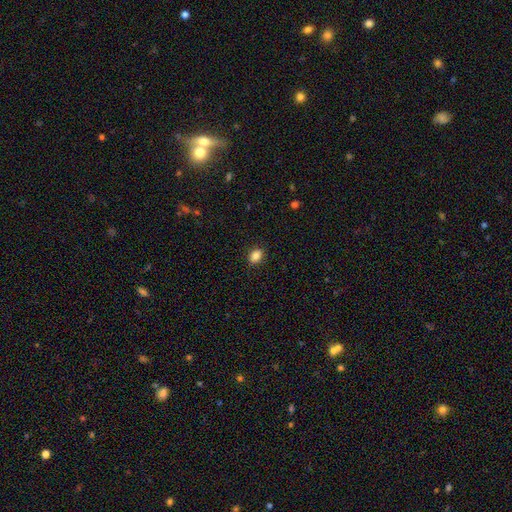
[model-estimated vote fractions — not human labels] This appears to be a smooth galaxy with no disk features (86%) that is in between round and cigar-shaped (67%). Merging: none (88%).